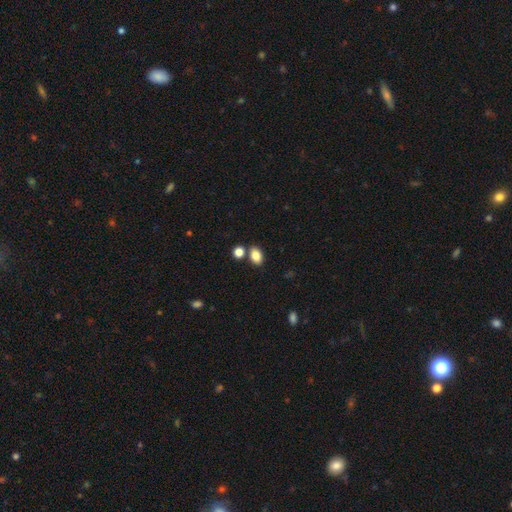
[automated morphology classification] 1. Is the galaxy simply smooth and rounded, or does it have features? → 85% smooth, 10% star or artifact, 6% featured or disk.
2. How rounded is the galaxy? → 80% in between, 19% round, 1% cigar-shaped.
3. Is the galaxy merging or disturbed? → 73% none, 15% merger, 10% minor disturbance, 3% major disturbance.